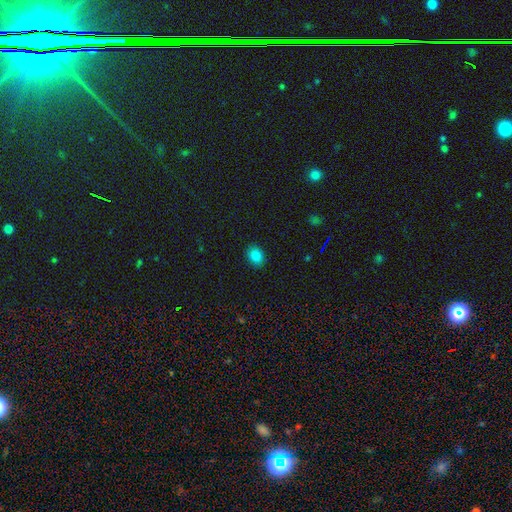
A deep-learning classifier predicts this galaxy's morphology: Smooth or featured? Predicted: smooth (p=0.84). How rounded? Predicted: in between (p=0.57). Merging? Predicted: none (p=0.89).